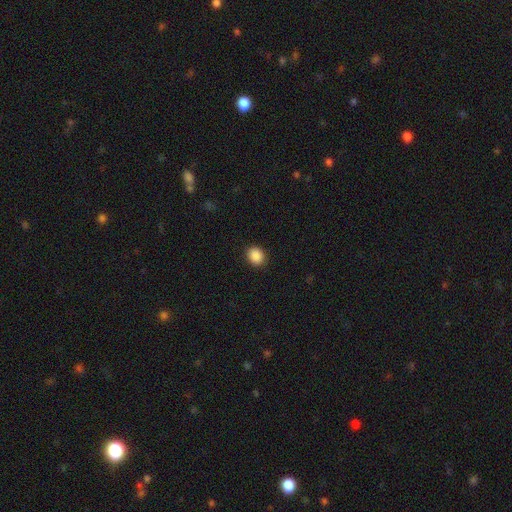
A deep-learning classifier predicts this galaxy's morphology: Smooth or featured? smooth (89%)
How rounded? round (62%)
Merging? none (90%)